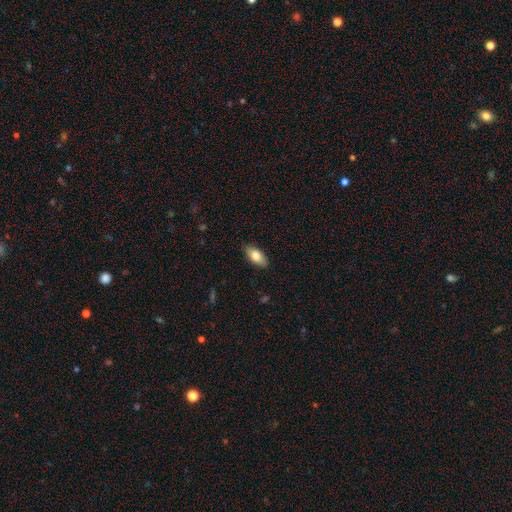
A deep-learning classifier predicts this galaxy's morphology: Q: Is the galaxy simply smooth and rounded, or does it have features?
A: smooth — 79%.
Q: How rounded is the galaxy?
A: in between — 88%.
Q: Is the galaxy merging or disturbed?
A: none — 87%.